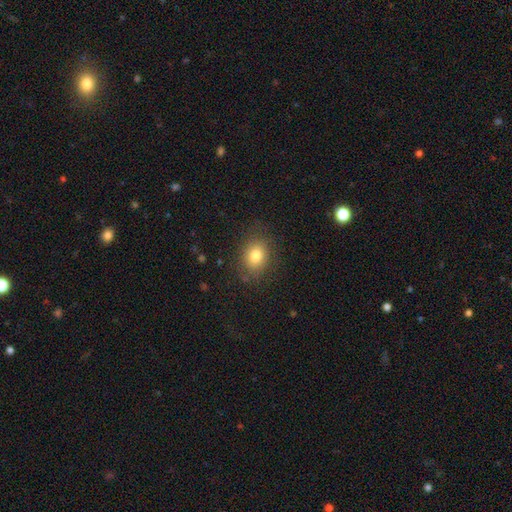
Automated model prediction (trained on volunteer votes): Smooth or featured? Predicted: smooth (p=0.80). How rounded? Predicted: in between (p=0.62). Merging? Predicted: none (p=0.81).